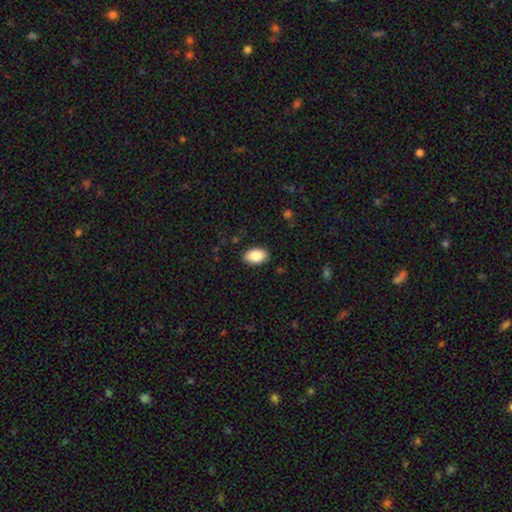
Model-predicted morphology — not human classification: Smooth or featured? smooth (87%)
How rounded? in between (93%)
Merging? none (88%)